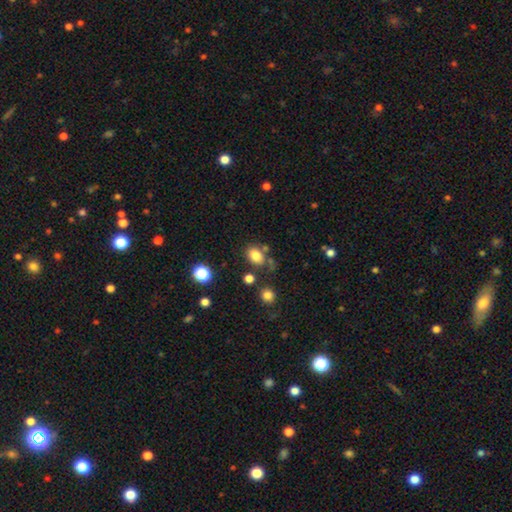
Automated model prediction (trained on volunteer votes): Morphology: type=smooth (81%); roundness=in between (70%); merging=none (69%).